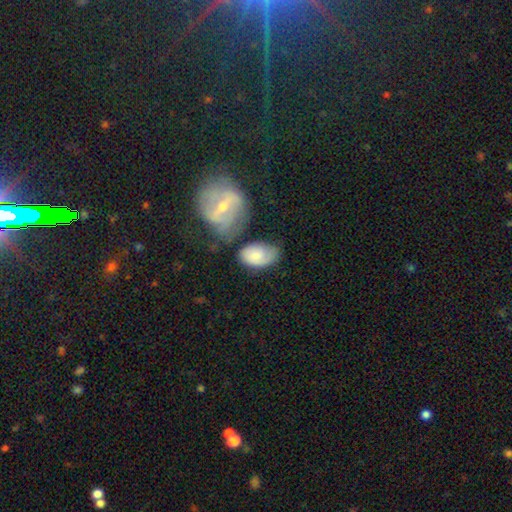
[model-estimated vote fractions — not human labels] smooth 61%, featured or disk 32%, star or artifact 7%. Down the decision tree: how rounded — in between (89%); merging — none (44%).